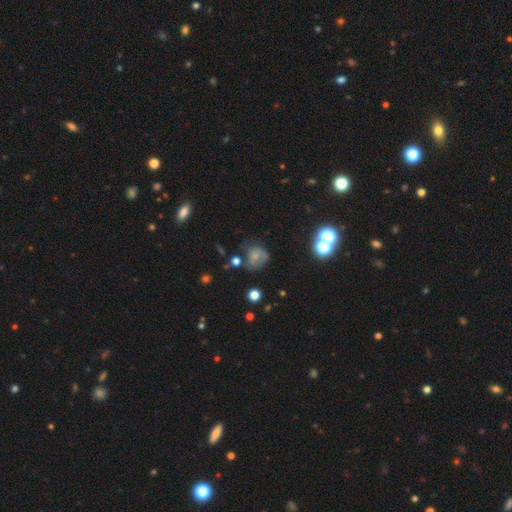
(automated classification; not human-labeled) Smooth or featured?
  - smooth: 57% *
  - featured or disk: 25%
  - star or artifact: 19%
How rounded?
  - round: 69% *
  - in between: 30%
  - cigar-shaped: 1%
Merging?
  - none: 42% *
  - minor disturbance: 28%
  - major disturbance: 23%
  - merger: 7%